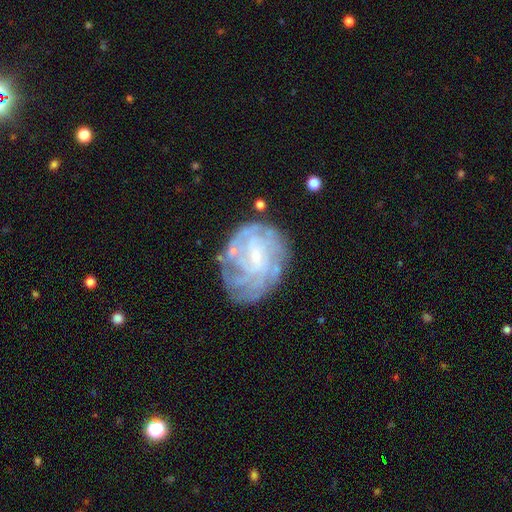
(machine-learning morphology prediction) Smooth or featured?
  - featured or disk: 79% *
  - smooth: 14%
  - star or artifact: 8%
Edge-on disk?
  - no: 97% *
  - yes: 3%
Bar?
  - no: 51% *
  - weak: 41%
  - strong: 8%
Spiral arms?
  - yes: 86% *
  - no: 14%
Spiral winding?
  - tight: 62% *
  - medium: 27%
  - loose: 11%
Spiral arm count?
  - can't tell: 47% *
  - 4: 18%
  - more than 4: 12%
  - 3: 10%
  - 2: 8%
  - 1: 5%
Bulge size?
  - small: 74% *
  - moderate: 13%
  - none: 10%
  - large: 1%
  - dominant: 1%
Merging?
  - none: 65% *
  - minor disturbance: 20%
  - major disturbance: 11%
  - merger: 3%